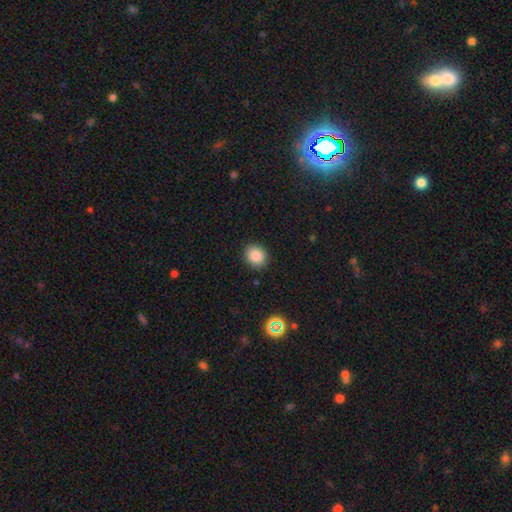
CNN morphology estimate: smooth_or_featured: smooth (p=0.85) [alt: star or artifact p=0.10]
how_rounded: round (p=0.71) [alt: in between p=0.28]
merging: none (p=0.90) [alt: minor disturbance p=0.07]